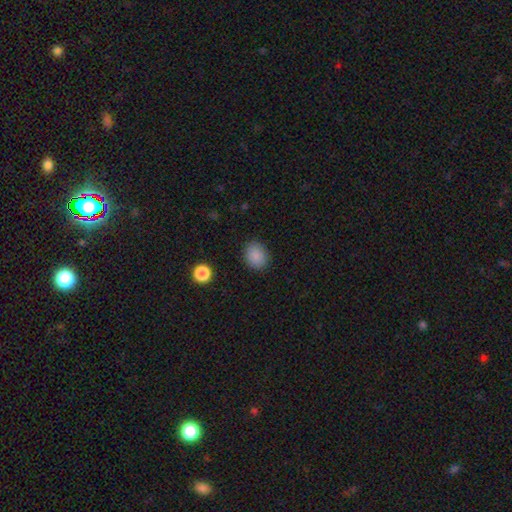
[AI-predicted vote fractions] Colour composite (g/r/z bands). It shows a smooth galaxy with no disk features (87%) that is in between round and cigar-shaped (50%). Merging: none (87%).